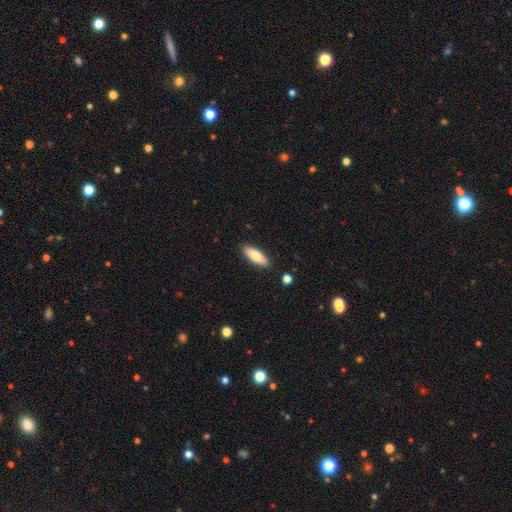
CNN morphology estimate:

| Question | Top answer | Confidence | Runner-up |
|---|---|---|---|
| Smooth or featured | smooth | 81% | featured or disk (13%) |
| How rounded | in between | 67% | cigar-shaped (31%) |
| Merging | none | 88% | minor disturbance (9%) |